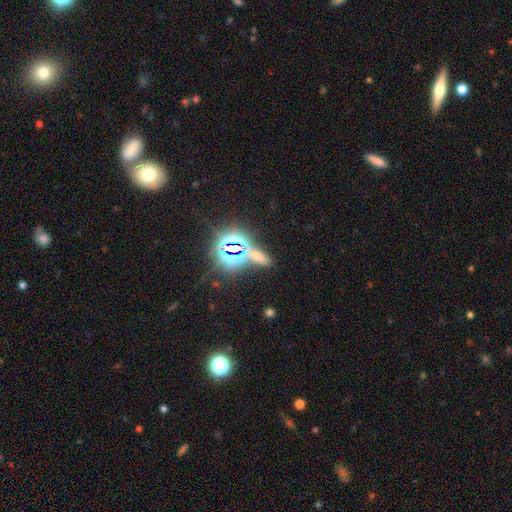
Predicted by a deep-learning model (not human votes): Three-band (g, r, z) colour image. It shows a star or artifact, not a galaxy (53%).